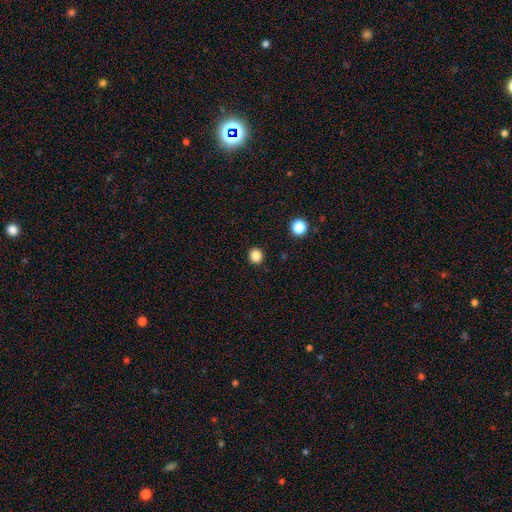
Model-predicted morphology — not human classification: Overall: smooth (85%). How rounded: round (88%). Merging: none (91%).